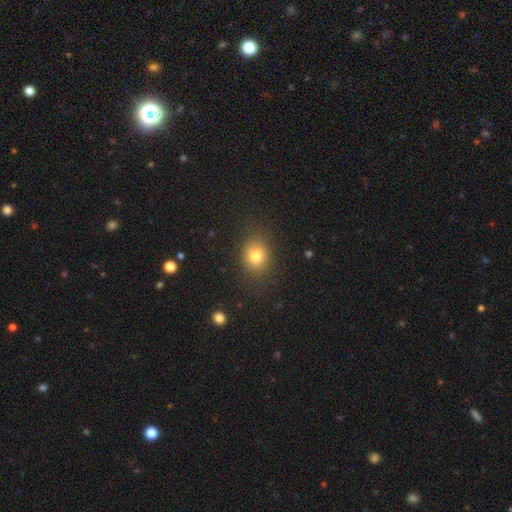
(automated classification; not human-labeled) Smooth or featured?
  - smooth: 78% *
  - star or artifact: 13%
  - featured or disk: 10%
How rounded?
  - round: 53% *
  - in between: 46%
  - cigar-shaped: 1%
Merging?
  - none: 81% *
  - minor disturbance: 13%
  - major disturbance: 5%
  - merger: 1%